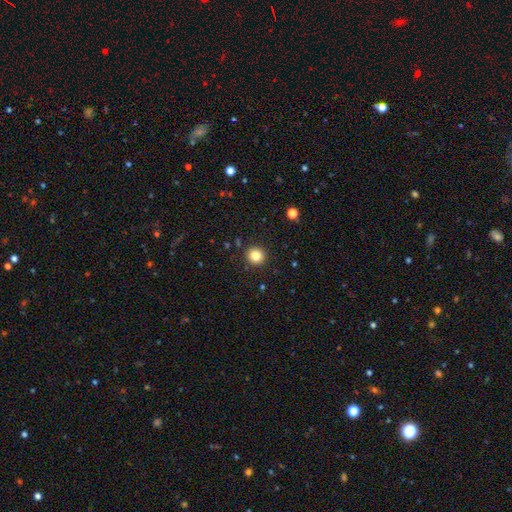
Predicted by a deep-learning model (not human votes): smooth-or-featured: smooth: 83% | star or artifact: 12% | featured or disk: 6%
  how-rounded: round: 93% | in between: 6% | cigar-shaped: 1%
  merging: none: 92% | minor disturbance: 5% | major disturbance: 2% | merger: 1%